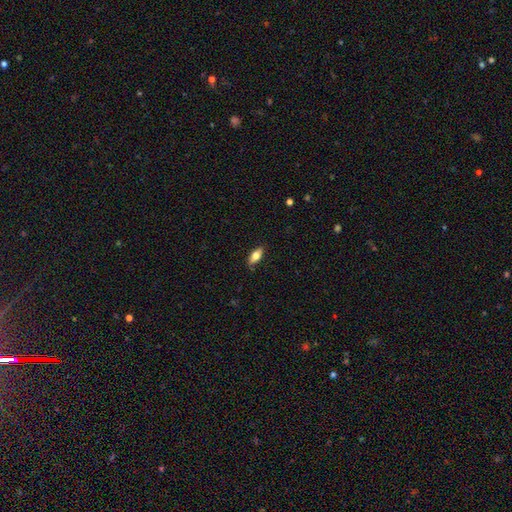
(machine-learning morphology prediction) Smooth or featured: smooth — 72% (featured or disk — 22%)
How rounded: in between — 81% (cigar-shaped — 16%)
Merging: none — 86% (minor disturbance — 11%)